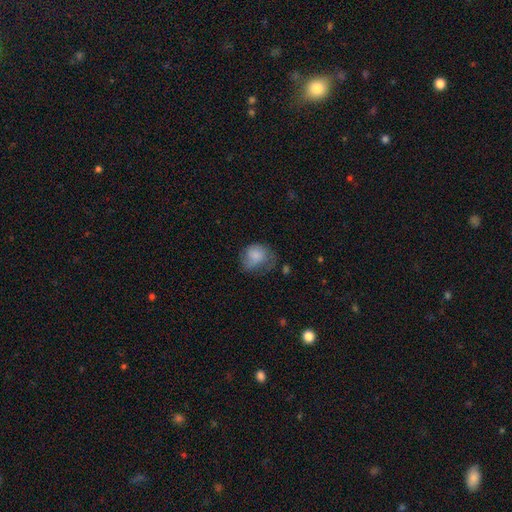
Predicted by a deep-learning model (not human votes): Smooth or featured? smooth (73%)
How rounded? round (59%)
Merging? none (37%)